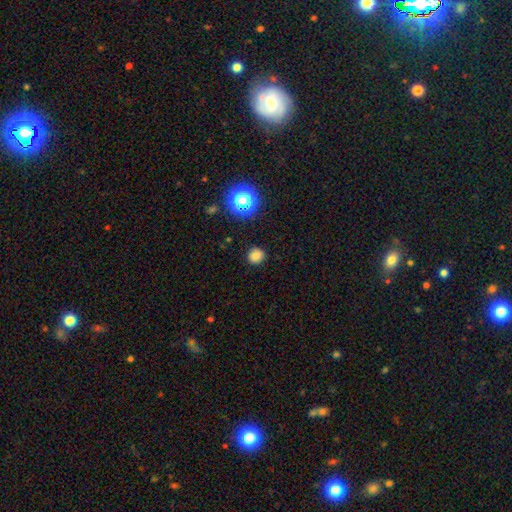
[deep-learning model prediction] Overall: smooth (80%). How rounded: round (86%). Merging: none (88%).